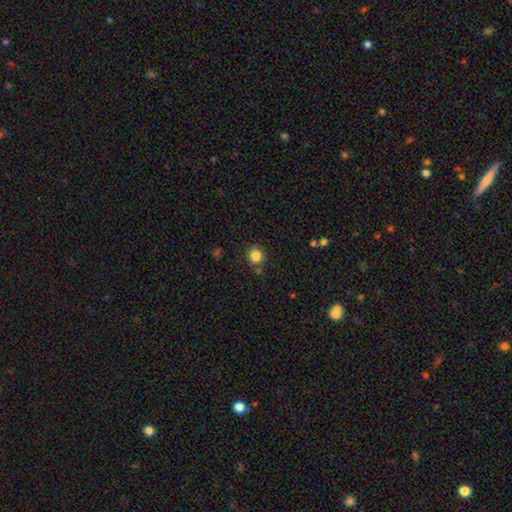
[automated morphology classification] smooth 84%, star or artifact 11%, featured or disk 5%. Down the decision tree: how rounded — round (86%); merging — none (79%).